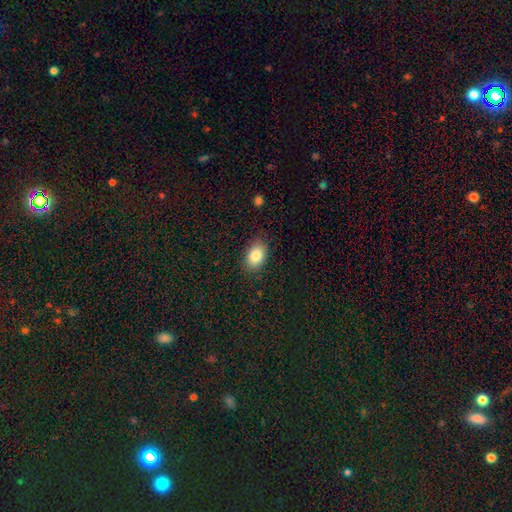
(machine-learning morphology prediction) type=smooth (84%); roundness=in between (83%); merging=none (85%).